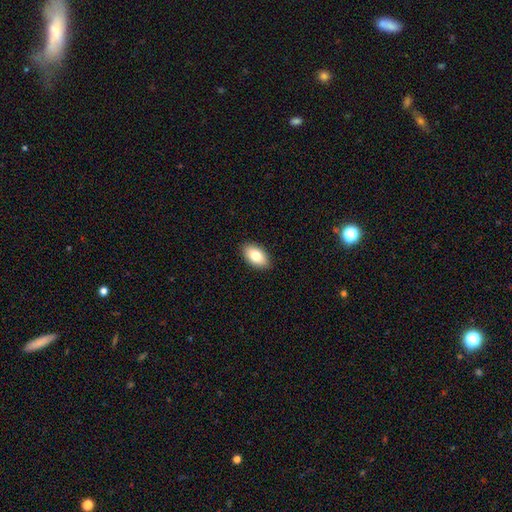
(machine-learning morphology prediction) Smooth or featured: smooth — 80% (featured or disk — 13%)
How rounded: in between — 93% (round — 5%)
Merging: none — 89% (minor disturbance — 8%)